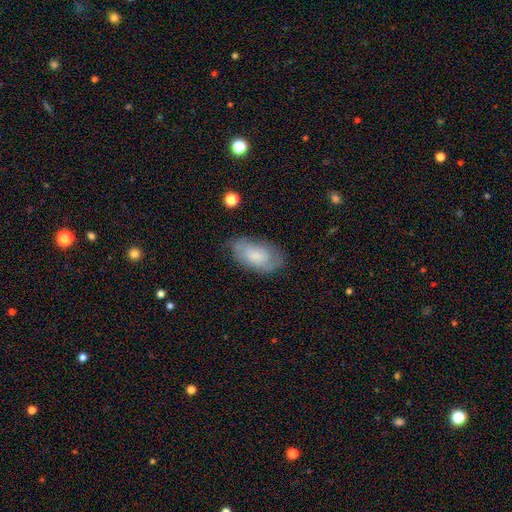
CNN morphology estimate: smooth-or-featured: smooth: 50% | featured or disk: 42% | star or artifact: 8%
  merging: none: 66% | minor disturbance: 24% | major disturbance: 8% | merger: 2%